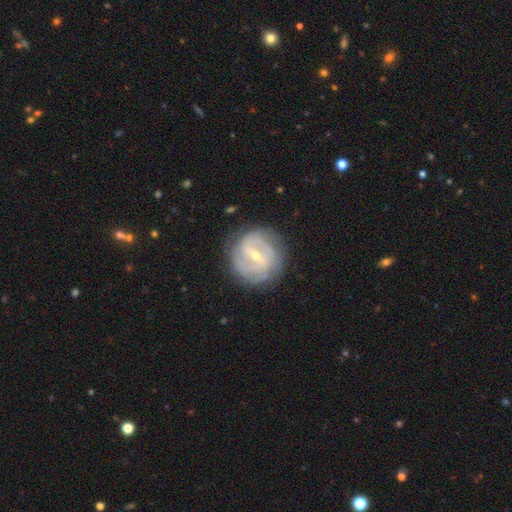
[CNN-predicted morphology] Overall: featured or disk (84%). Edge-on disk: no (97%). Bar: weak (44%; strong 42%). Spiral arms: yes (90%). Spiral arm count: 2 (48%; can't tell 28%). Spiral winding: tight (55%; medium 35%). Bulge size: small (64%; moderate 33%). Merging: none (79%).